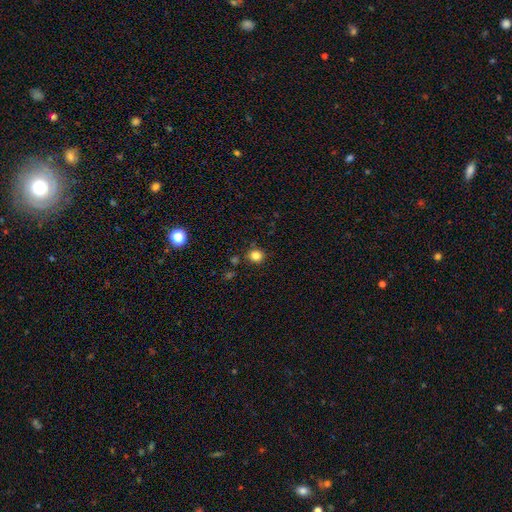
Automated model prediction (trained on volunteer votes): Q: Smooth or featured?
A: smooth (83%); runner-up: star or artifact (13%)
Q: How rounded?
A: round (81%); runner-up: in between (18%)
Q: Merging?
A: none (86%); runner-up: minor disturbance (8%)